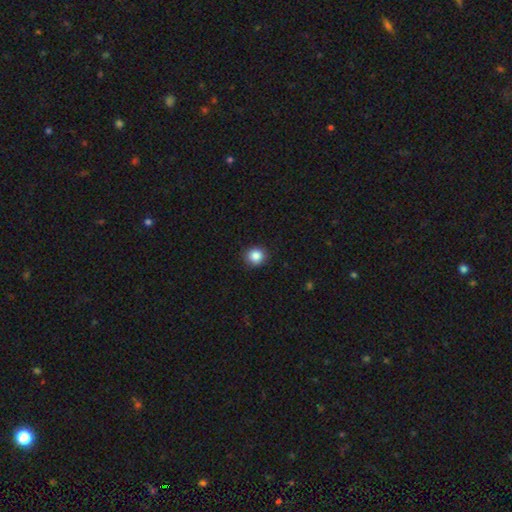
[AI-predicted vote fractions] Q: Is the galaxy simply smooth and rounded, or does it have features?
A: smooth — 86%.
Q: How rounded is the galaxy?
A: round — 90%.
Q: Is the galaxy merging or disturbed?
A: none — 91%.